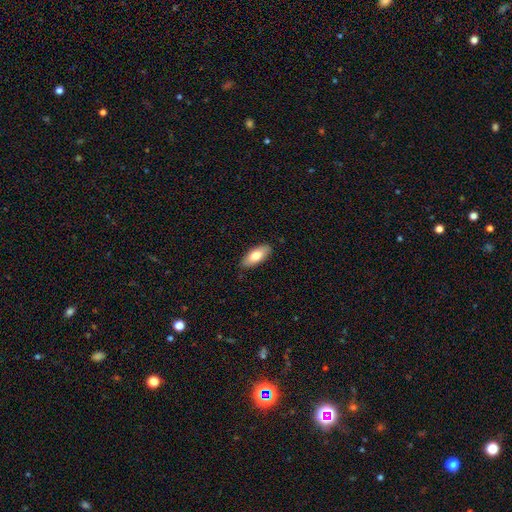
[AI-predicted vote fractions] smooth 76%, featured or disk 18%, star or artifact 6%. Down the decision tree: how rounded — in between (83%); merging — none (87%).